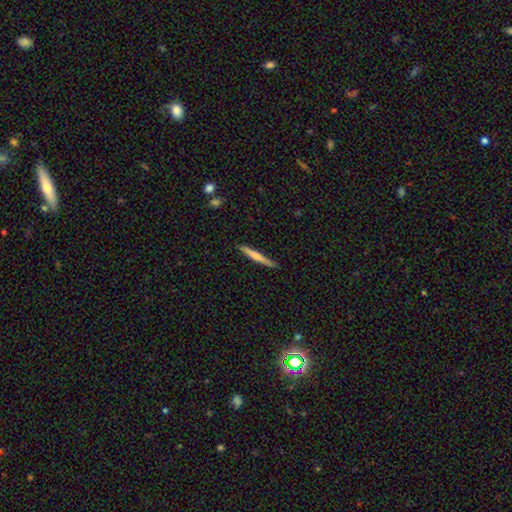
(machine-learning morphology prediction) Smooth or featured? Predicted: smooth (p=0.63). How rounded? Predicted: cigar-shaped (p=0.96). Merging? Predicted: none (p=0.86).